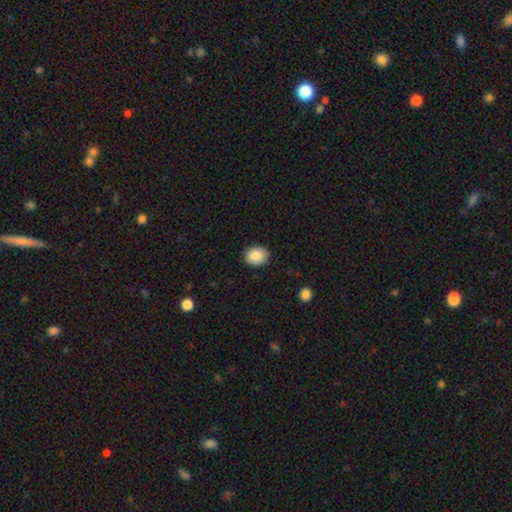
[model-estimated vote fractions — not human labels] Q: Smooth or featured?
A: smooth (86%); runner-up: star or artifact (8%)
Q: How rounded?
A: round (59%); runner-up: in between (40%)
Q: Merging?
A: none (89%); runner-up: minor disturbance (8%)